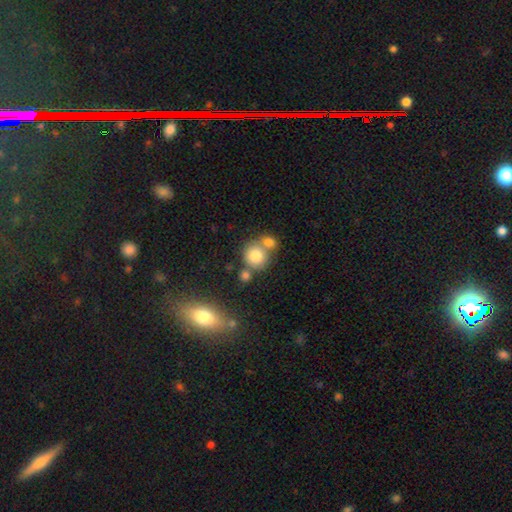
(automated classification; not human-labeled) Smooth or featured?
  - smooth: 78% *
  - featured or disk: 11%
  - star or artifact: 11%
How rounded?
  - round: 85% *
  - in between: 14%
  - cigar-shaped: 1%
Merging?
  - none: 51% *
  - merger: 36%
  - minor disturbance: 10%
  - major disturbance: 4%